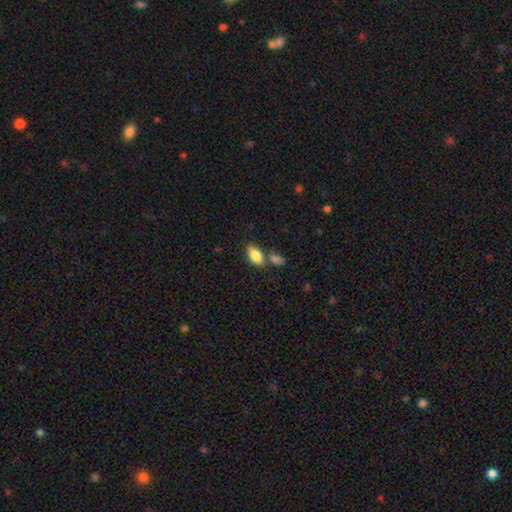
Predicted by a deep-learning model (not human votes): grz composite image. It shows a smooth galaxy with no disk features (81%) that is in between round and cigar-shaped (88%). Merging: none (60%).